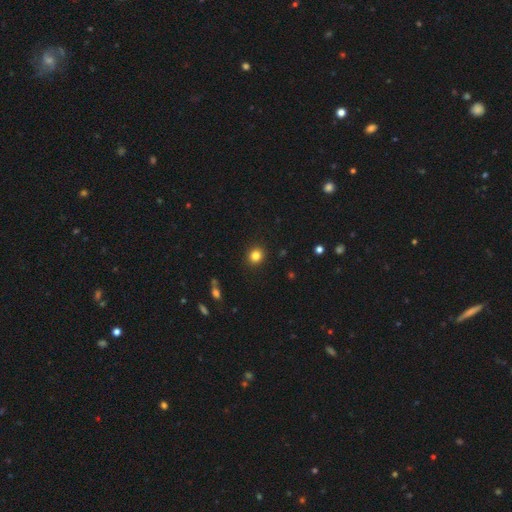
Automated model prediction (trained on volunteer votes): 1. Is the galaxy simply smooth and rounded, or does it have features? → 83% smooth, 12% star or artifact, 5% featured or disk.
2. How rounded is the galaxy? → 88% round, 11% in between, 1% cigar-shaped.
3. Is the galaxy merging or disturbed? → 91% none, 6% minor disturbance, 2% major disturbance, 1% merger.